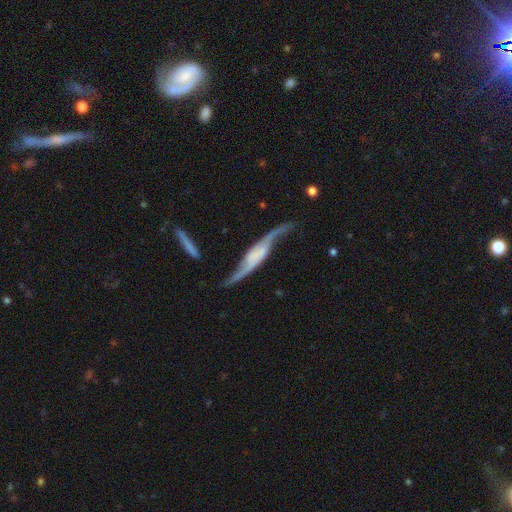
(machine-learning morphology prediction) featured or disk 87%, smooth 8%, star or artifact 5%. Down the decision tree: edge-on disk — no (67%); bar — no (45%); spiral arms — yes (95%); spiral arm count — 2 (93%); spiral winding — loose (84%); bulge size — none (51%); merging — none (66%).